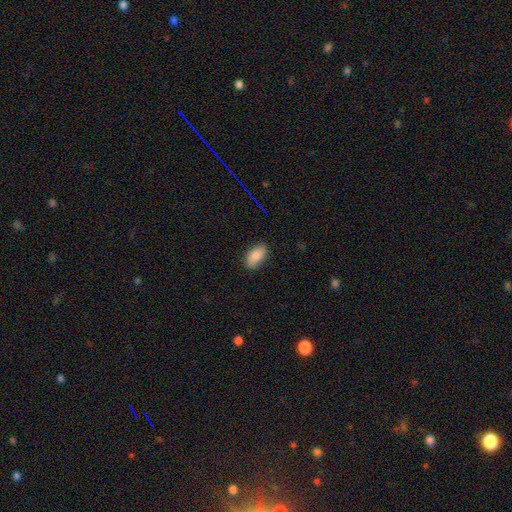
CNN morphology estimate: Smooth or featured? Predicted: smooth (p=0.82). How rounded? Predicted: in between (p=0.93). Merging? Predicted: none (p=0.82).